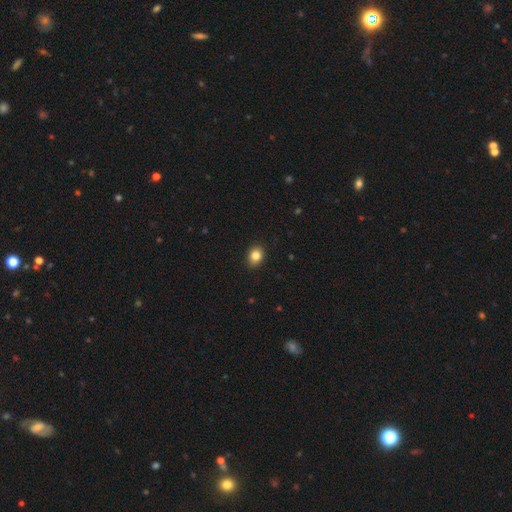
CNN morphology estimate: smooth-or-featured: smooth: 84% | star or artifact: 10% | featured or disk: 6%
  how-rounded: round: 52% | in between: 47% | cigar-shaped: 1%
  merging: none: 90% | minor disturbance: 7% | major disturbance: 2% | merger: 1%